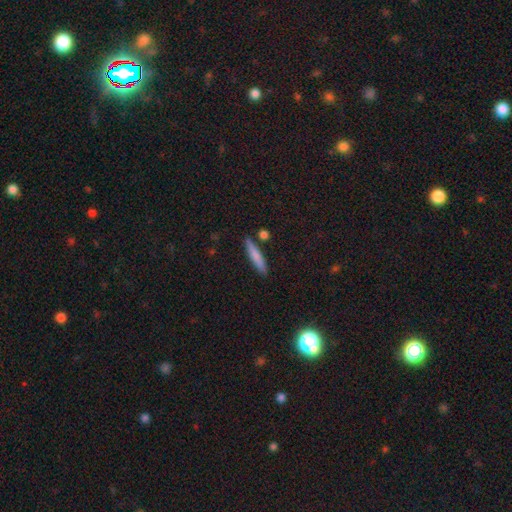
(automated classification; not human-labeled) smooth-or-featured: smooth: 75% | featured or disk: 18% | star or artifact: 6%
  how-rounded: cigar-shaped: 90% | in between: 9% | round: 2%
  merging: none: 84% | minor disturbance: 9% | merger: 5% | major disturbance: 2%